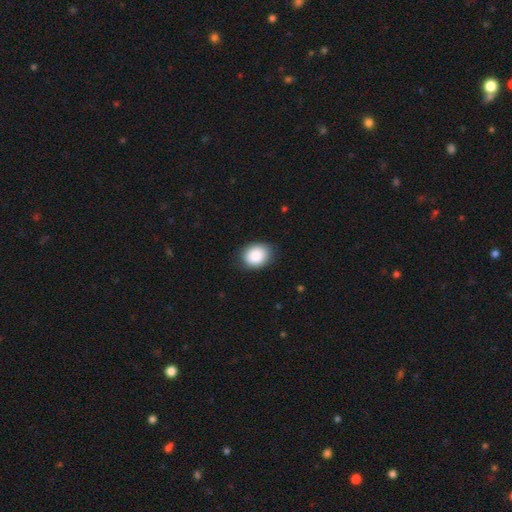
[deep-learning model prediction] Smooth or featured? smooth (88%)
How rounded? in between (56%)
Merging? none (83%)